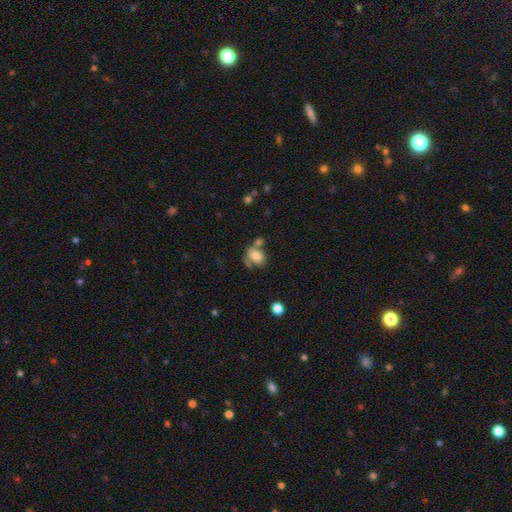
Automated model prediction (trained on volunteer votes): smooth 78%, featured or disk 12%, star or artifact 10%. Down the decision tree: how rounded — in between (66%); merging — none (46%).